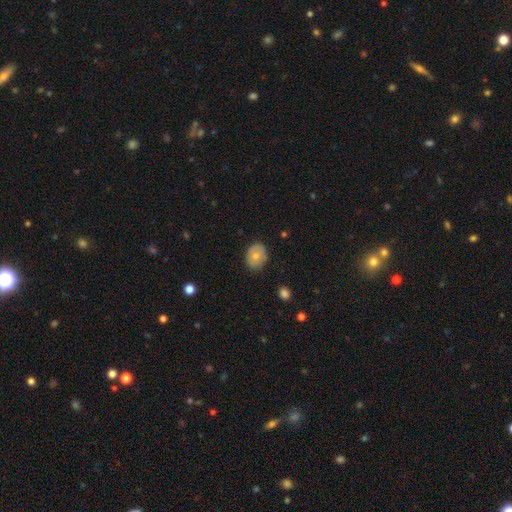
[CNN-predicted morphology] A smooth galaxy with no disk features (74%) that is in between round and cigar-shaped (56%).

Vote fractions:
- Smooth or featured? smooth: 74% / featured or disk: 18% / star or artifact: 8%
- How rounded? in between: 56% / round: 43% / cigar-shaped: 1%
- Merging? none: 80% / minor disturbance: 15% / major disturbance: 3% / merger: 1%